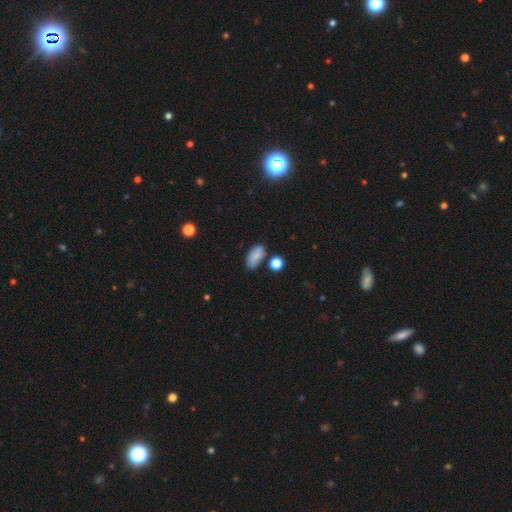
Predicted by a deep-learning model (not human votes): The model was most divided on "merging": none: 70%, minor disturbance: 19%, merger: 7%, major disturbance: 4%. More confident: how rounded — in between (90%); smooth or featured — smooth (81%).